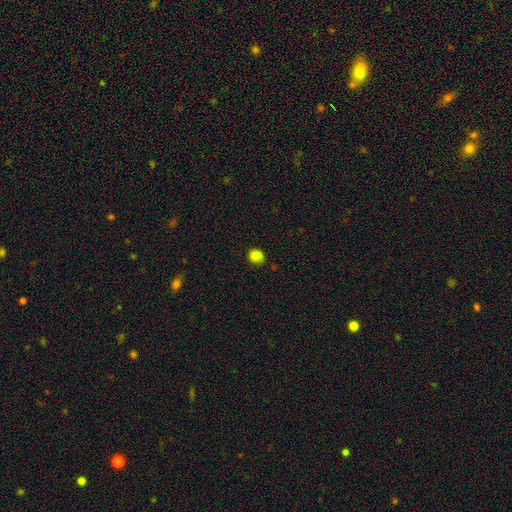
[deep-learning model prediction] Smooth or featured?
  - smooth: 78% *
  - star or artifact: 14%
  - featured or disk: 9%
How rounded?
  - round: 66% *
  - in between: 33%
  - cigar-shaped: 1%
Merging?
  - none: 60% *
  - minor disturbance: 23%
  - merger: 9%
  - major disturbance: 8%